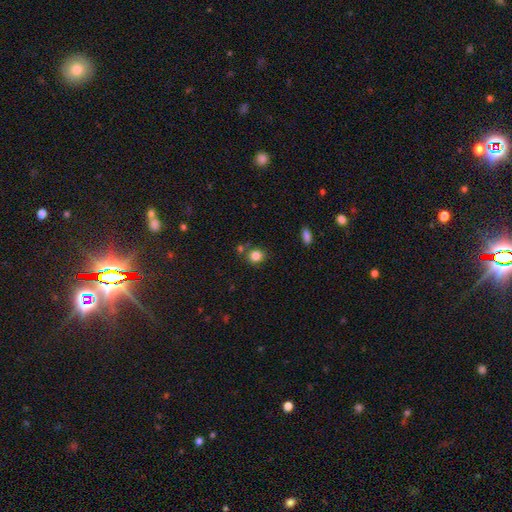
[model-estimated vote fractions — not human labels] smooth_or_featured: smooth (p=0.83) [alt: star or artifact p=0.11]
how_rounded: round (p=0.78) [alt: in between p=0.21]
merging: none (p=0.74) [alt: minor disturbance p=0.11]